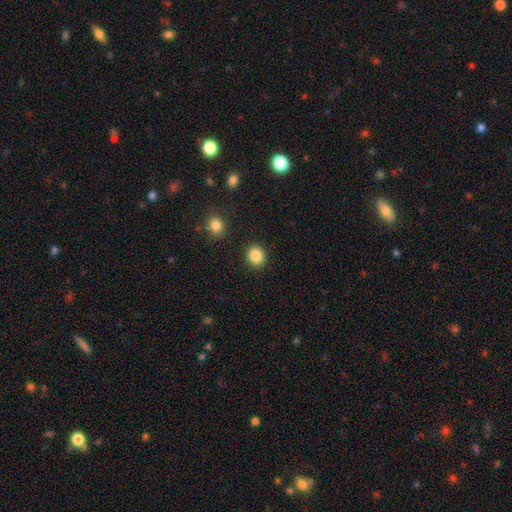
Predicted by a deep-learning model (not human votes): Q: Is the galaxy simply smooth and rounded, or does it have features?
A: smooth — 87%.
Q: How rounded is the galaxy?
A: round — 73%.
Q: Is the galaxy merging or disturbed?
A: none — 90%.